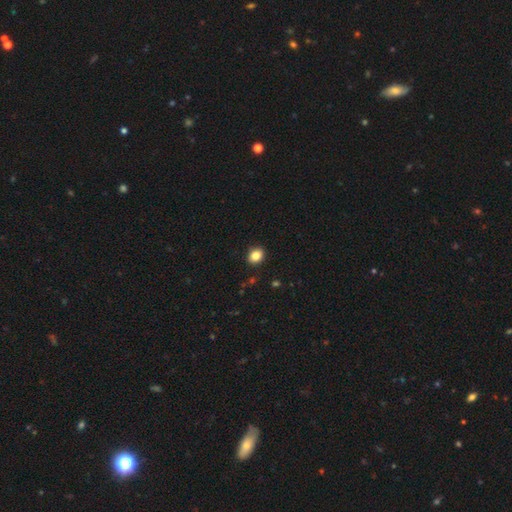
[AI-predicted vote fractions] Overall: smooth (84%). How rounded: round (58%; in between 41%). Merging: none (91%).